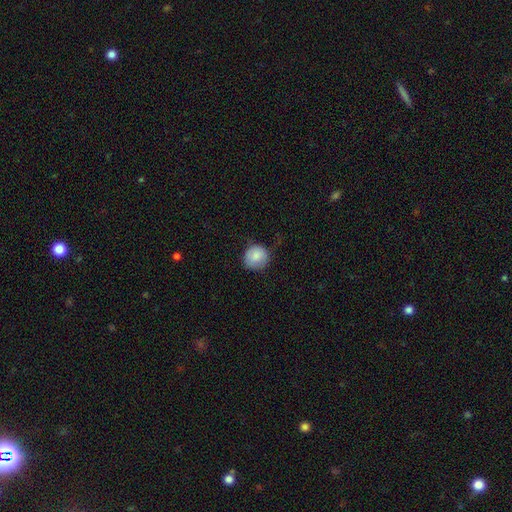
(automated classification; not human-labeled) Smooth or featured? smooth (84%)
How rounded? round (90%)
Merging? none (68%)